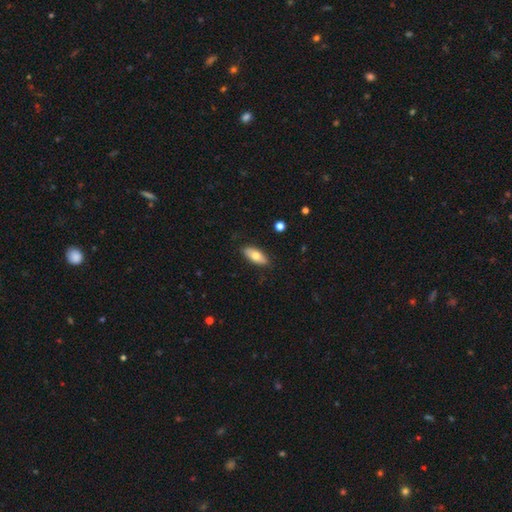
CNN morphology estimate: Q: Smooth or featured?
A: smooth (70%); runner-up: featured or disk (24%)
Q: How rounded?
A: in between (82%); runner-up: cigar-shaped (15%)
Q: Merging?
A: none (87%); runner-up: minor disturbance (10%)